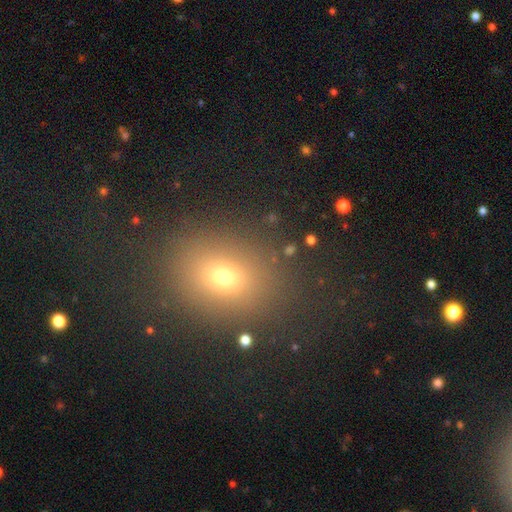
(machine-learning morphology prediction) A smooth galaxy with no disk features (64%) that is in between round and cigar-shaped (50%). Merging: none (82%).